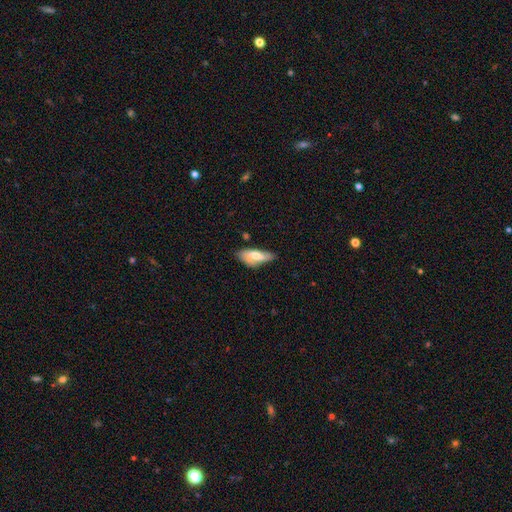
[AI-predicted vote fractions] The model was most divided on "merging": none: 50%, minor disturbance: 35%, major disturbance: 11%, merger: 4%. More confident: how rounded — in between (80%); smooth or featured — smooth (61%).